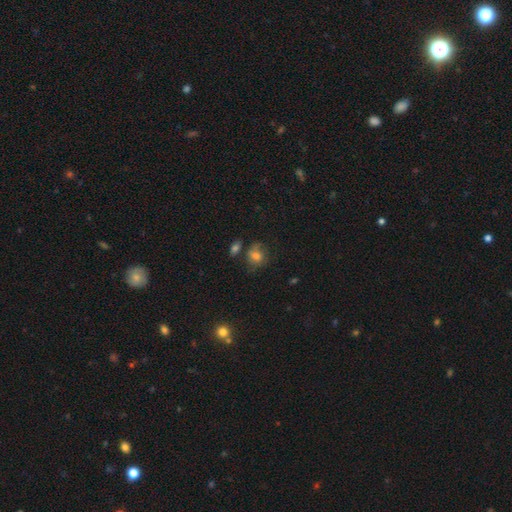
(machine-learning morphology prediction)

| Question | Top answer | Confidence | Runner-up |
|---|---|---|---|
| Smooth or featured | smooth | 64% | featured or disk (22%) |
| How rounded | round | 65% | in between (34%) |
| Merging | none | 54% | minor disturbance (23%) |